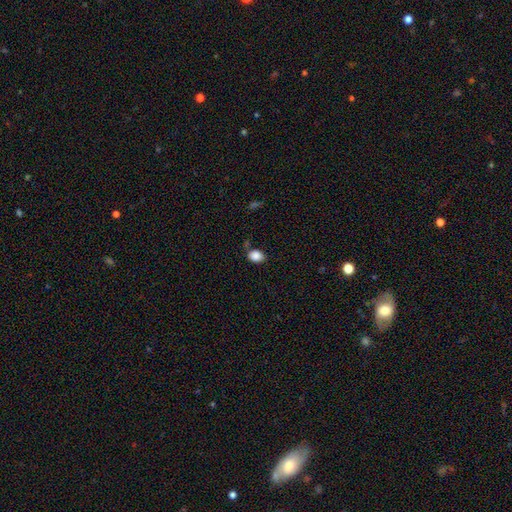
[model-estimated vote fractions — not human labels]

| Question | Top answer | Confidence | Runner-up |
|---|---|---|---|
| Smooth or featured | smooth | 87% | star or artifact (9%) |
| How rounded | in between | 68% | round (31%) |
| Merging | none | 74% | minor disturbance (16%) |